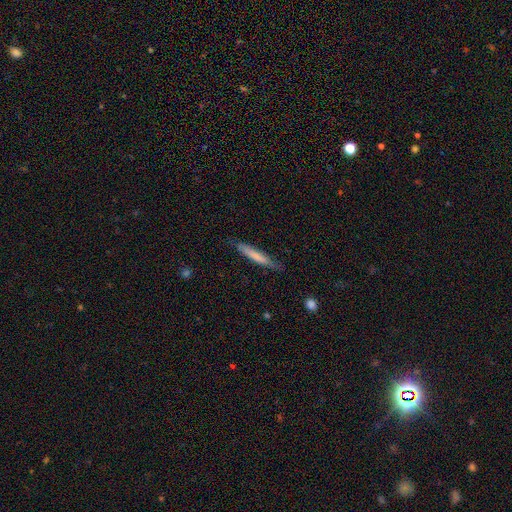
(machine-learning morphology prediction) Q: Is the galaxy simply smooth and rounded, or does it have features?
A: smooth — 69%.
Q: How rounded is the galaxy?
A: cigar-shaped — 94%.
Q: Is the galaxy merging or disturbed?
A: none — 80%.